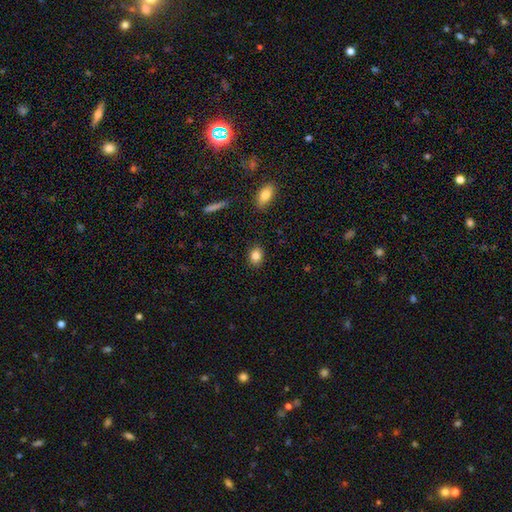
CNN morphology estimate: smooth 84%, star or artifact 10%, featured or disk 6%. Down the decision tree: how rounded — in between (54%); merging — none (88%).